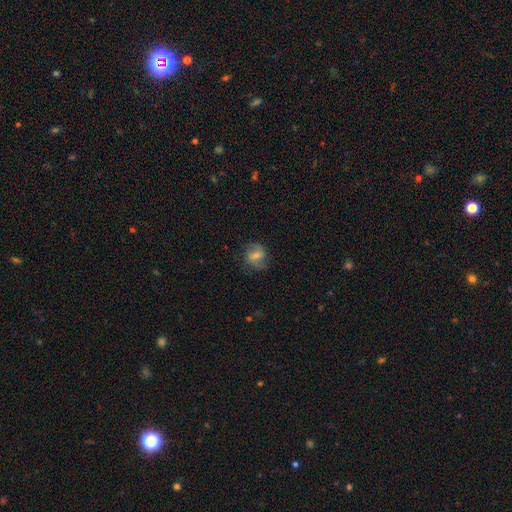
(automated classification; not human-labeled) Smooth or featured? smooth (49%)
Merging? none (68%)